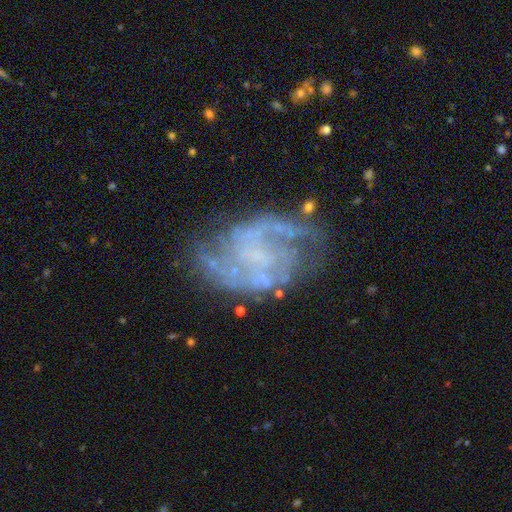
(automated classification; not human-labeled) Smooth or featured?
  - featured or disk: 84% *
  - smooth: 9%
  - star or artifact: 7%
Edge-on disk?
  - no: 98% *
  - yes: 2%
Bar?
  - no: 53% *
  - weak: 36%
  - strong: 11%
Spiral arms?
  - yes: 88% *
  - no: 12%
Spiral winding?
  - medium: 46% *
  - tight: 27%
  - loose: 27%
Spiral arm count?
  - 2: 61% *
  - can't tell: 19%
  - 3: 9%
  - 1: 4%
  - 4: 3%
  - more than 4: 3%
Bulge size?
  - none: 58% *
  - small: 29%
  - moderate: 10%
  - large: 2%
  - dominant: 1%
Merging?
  - none: 64% *
  - minor disturbance: 19%
  - major disturbance: 15%
  - merger: 3%